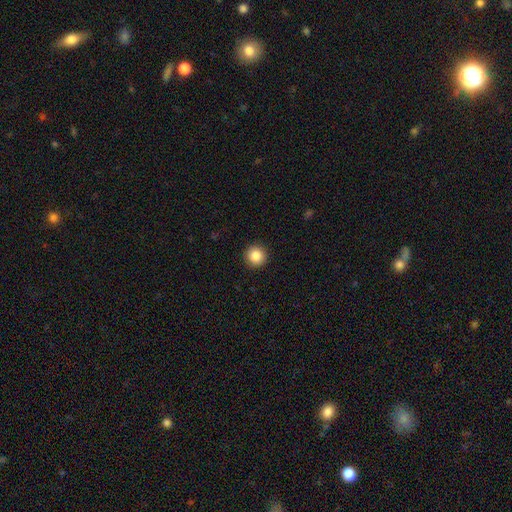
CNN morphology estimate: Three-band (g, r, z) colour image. It shows a smooth galaxy with no disk features (85%) that is round (96%). Merging: none (93%).